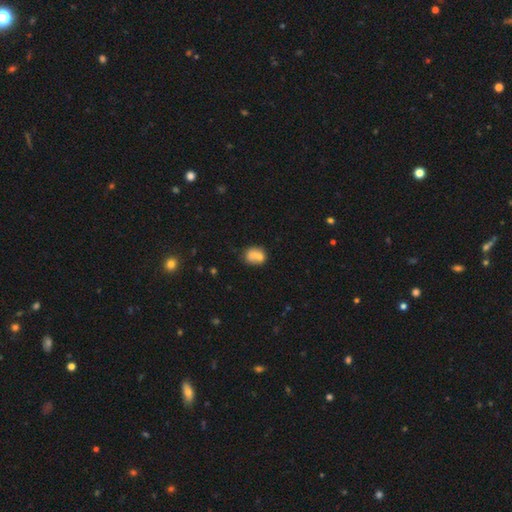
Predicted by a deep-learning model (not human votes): This appears to be a smooth galaxy with no disk features (73%) that is round (51%). Merging: merger (49%).